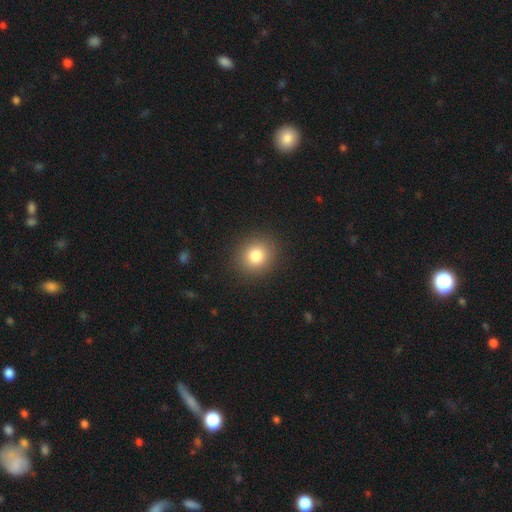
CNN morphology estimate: A smooth galaxy with no disk features (82%) that is round (85%).

Vote fractions:
- Smooth or featured? smooth: 82% / star or artifact: 11% / featured or disk: 7%
- How rounded? round: 85% / in between: 15% / cigar-shaped: 1%
- Merging? none: 91% / minor disturbance: 6% / major disturbance: 2% / merger: 1%